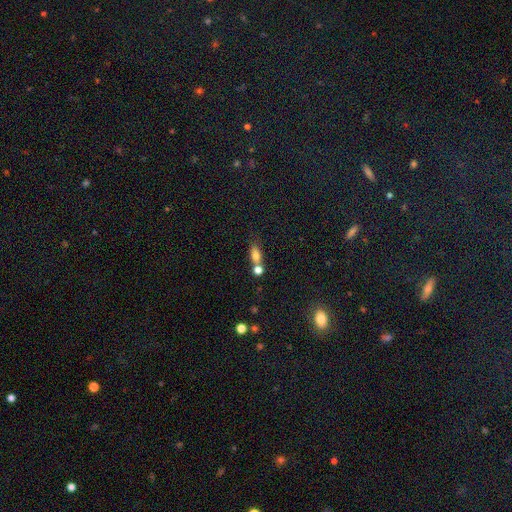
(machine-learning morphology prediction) A smooth galaxy with no disk features (75%) that is in between round and cigar-shaped (68%). Merging: merger (42%).